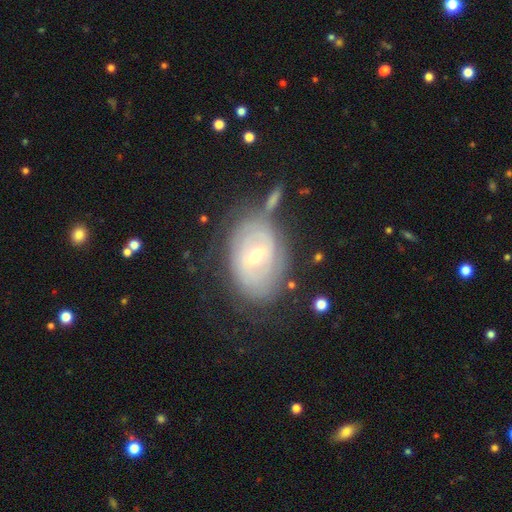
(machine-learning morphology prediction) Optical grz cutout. It shows a featured or disk galaxy (75%) with a weak bar (50%), tight (72%) spiral arms (76%) and a moderate central bulge (51%). Merging: none (63%).